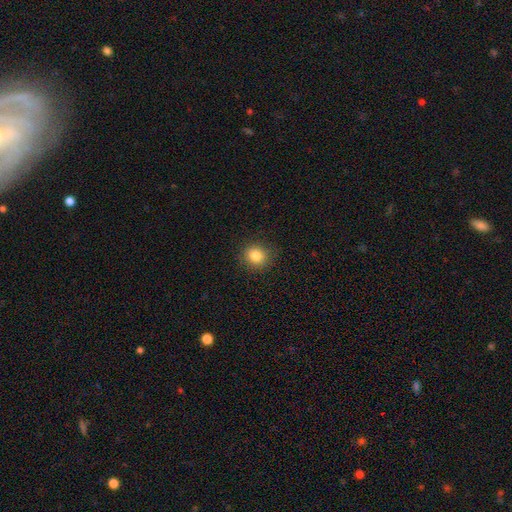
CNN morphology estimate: type=smooth (84%); roundness=round (81%); merging=none (89%).